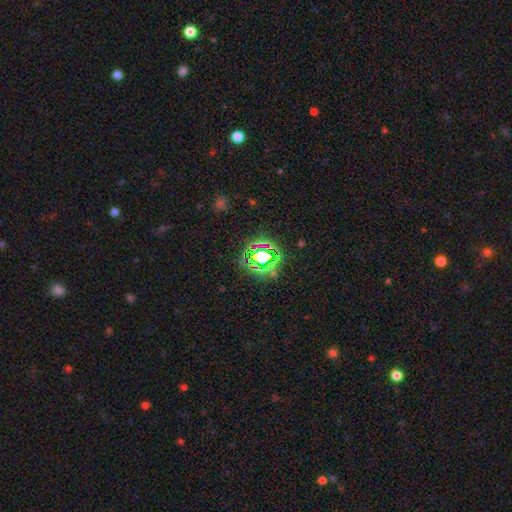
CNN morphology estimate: smooth-or-featured: star or artifact: 68% | smooth: 20% | featured or disk: 11%